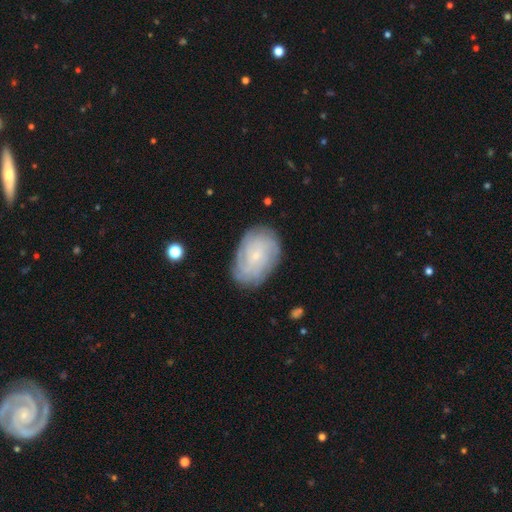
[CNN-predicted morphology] smooth_or_featured: featured or disk (p=0.68) [alt: smooth p=0.24]
disk_edge_on: no (p=0.97) [alt: yes p=0.03]
bar: no (p=0.70) [alt: weak p=0.26]
has_spiral_arms: yes (p=0.91) [alt: no p=0.09]
spiral_winding: tight (p=0.69) [alt: medium p=0.24]
spiral_arm_count: can't tell (p=0.46) [alt: 4 p=0.18]
bulge_size: small (p=0.79) [alt: moderate p=0.14]
merging: none (p=0.80) [alt: minor disturbance p=0.15]